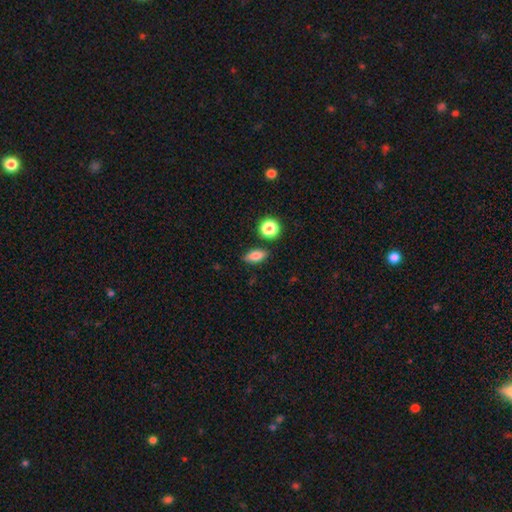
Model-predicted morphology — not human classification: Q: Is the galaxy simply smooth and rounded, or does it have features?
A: smooth — 82%.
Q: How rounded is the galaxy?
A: in between — 74%.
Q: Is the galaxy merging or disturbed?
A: none — 85%.